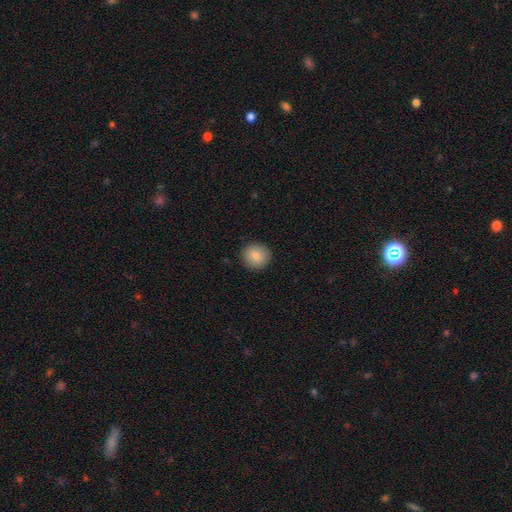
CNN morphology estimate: Smooth or featured? smooth (84%)
How rounded? round (88%)
Merging? none (90%)